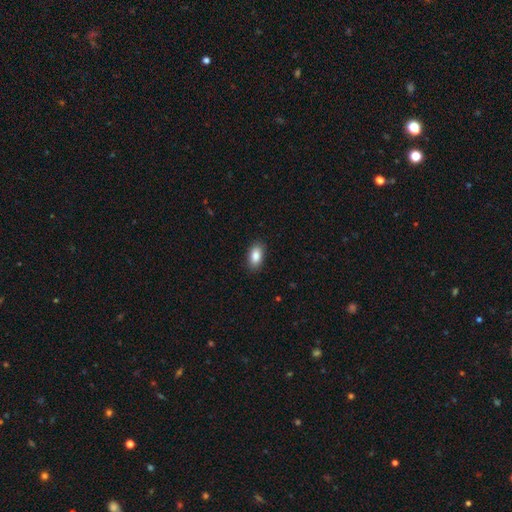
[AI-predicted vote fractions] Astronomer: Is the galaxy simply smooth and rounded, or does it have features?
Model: smooth — 87%.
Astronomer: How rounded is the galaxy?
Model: in between — 92%.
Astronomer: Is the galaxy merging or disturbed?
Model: none — 88%.